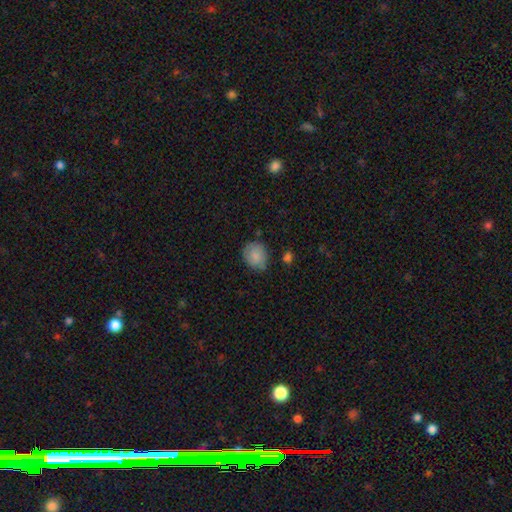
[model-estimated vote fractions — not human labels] Smooth or featured: smooth — 84% (featured or disk — 8%)
How rounded: round — 63% (in between — 36%)
Merging: none — 68% (minor disturbance — 24%)